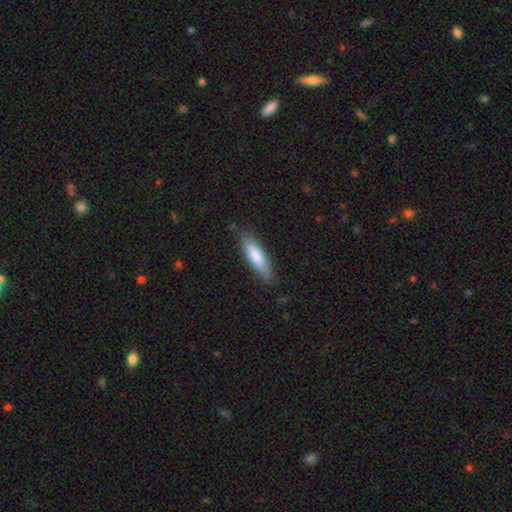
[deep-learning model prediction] Smooth or featured? Predicted: smooth (p=0.77). How rounded? Predicted: cigar-shaped (p=0.63). Merging? Predicted: none (p=0.78).